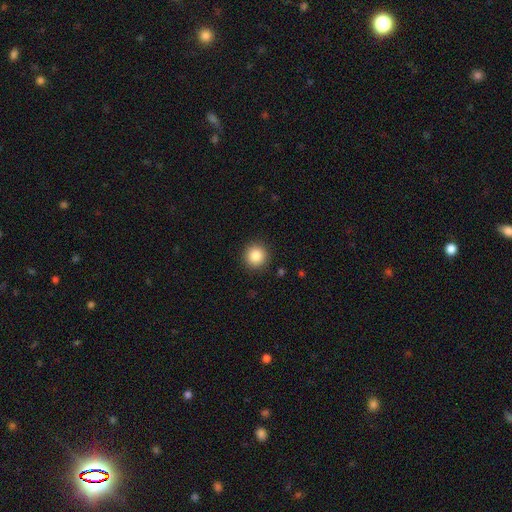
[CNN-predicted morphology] Smooth or featured? Predicted: smooth (p=0.85). How rounded? Predicted: round (p=0.95). Merging? Predicted: none (p=0.92).